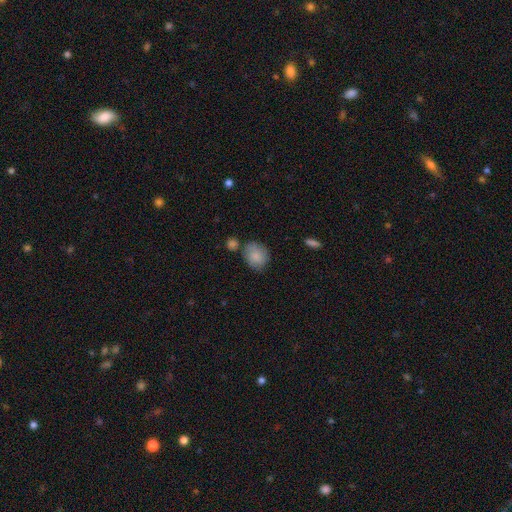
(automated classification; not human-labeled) A smooth galaxy with no disk features (77%) that is round (57%). Merging: none (61%).